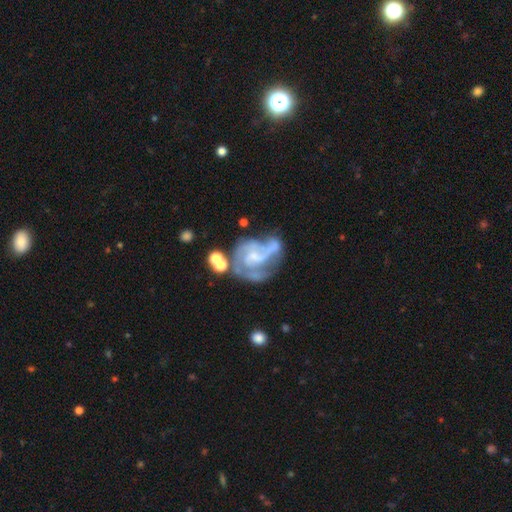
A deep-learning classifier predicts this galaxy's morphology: A featured or disk galaxy (82%) with no bar (51%), 2 (32%) medium (47%) spiral arms (90%) and a small central bulge (45%). Merging: none (36%).